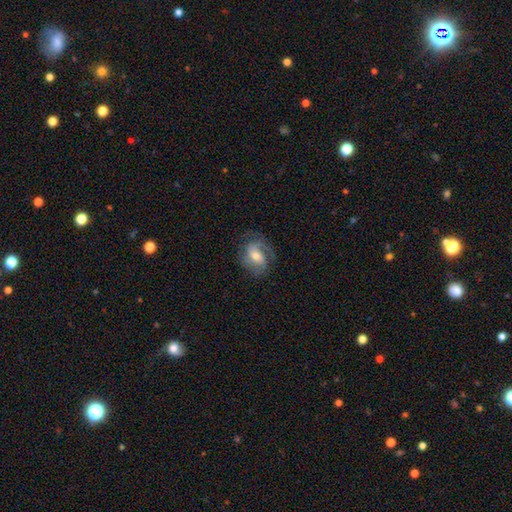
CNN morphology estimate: Overall: featured or disk (62%; smooth 30%). Edge-on disk: no (96%). Bar: weak (43%; no 37%). Spiral arms: yes (83%). Bulge size: moderate (58%; small 32%). Merging: none (63%).